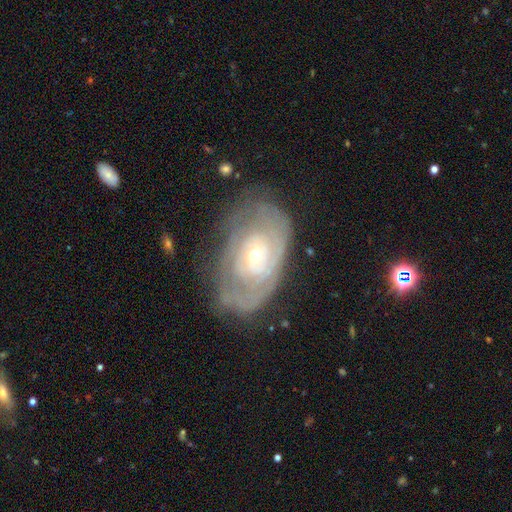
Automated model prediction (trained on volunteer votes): smooth_or_featured: featured or disk (p=0.77) [alt: smooth p=0.16]
disk_edge_on: no (p=0.95) [alt: yes p=0.05]
bar: no (p=0.73) [alt: weak p=0.22]
has_spiral_arms: yes (p=0.80) [alt: no p=0.20]
spiral_winding: tight (p=0.71) [alt: medium p=0.21]
spiral_arm_count: can't tell (p=0.53) [alt: 2 p=0.24]
bulge_size: small (p=0.56) [alt: moderate p=0.40]
merging: none (p=0.64) [alt: minor disturbance p=0.23]